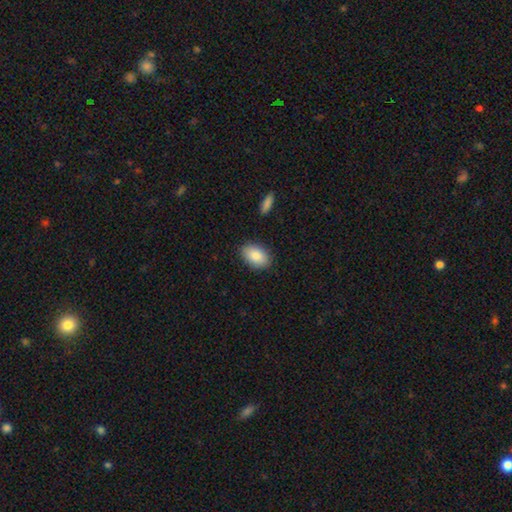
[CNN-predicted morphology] This appears to be a smooth galaxy with no disk features (86%) that is in between round and cigar-shaped (90%). Merging: none (87%).